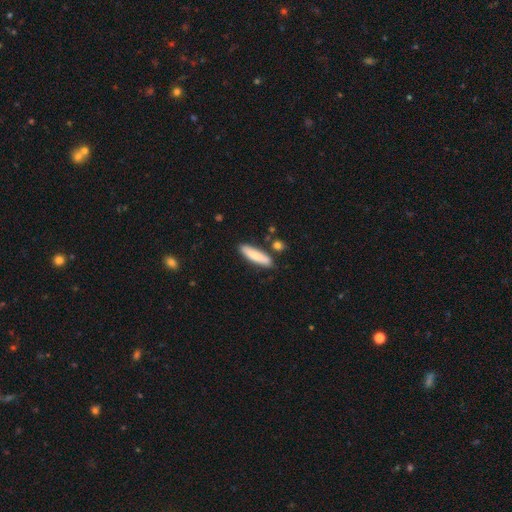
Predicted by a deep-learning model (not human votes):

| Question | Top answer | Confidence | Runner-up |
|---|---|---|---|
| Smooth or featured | smooth | 80% | featured or disk (14%) |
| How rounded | cigar-shaped | 72% | in between (26%) |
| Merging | none | 81% | minor disturbance (11%) |